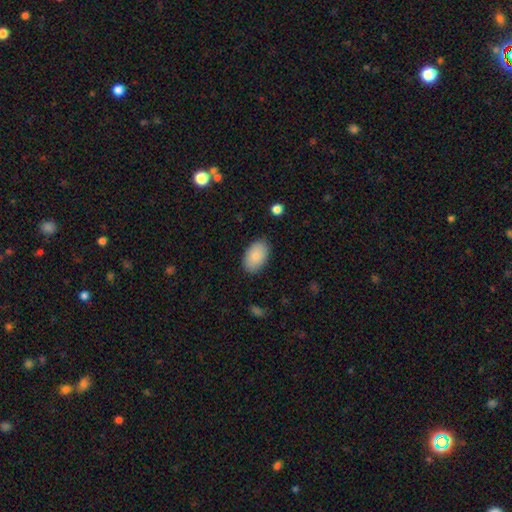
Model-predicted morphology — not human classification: Smooth or featured: smooth — 86% (featured or disk — 8%)
How rounded: in between — 93% (round — 6%)
Merging: none — 85% (minor disturbance — 11%)